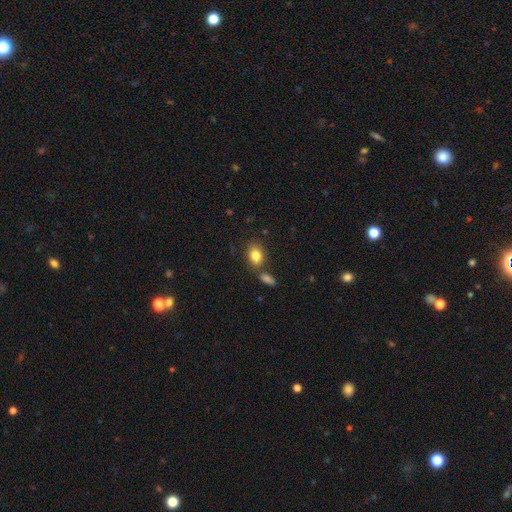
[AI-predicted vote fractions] smooth-or-featured: smooth: 84% | star or artifact: 9% | featured or disk: 8%
  how-rounded: in between: 72% | round: 26% | cigar-shaped: 2%
  merging: none: 68% | merger: 16% | minor disturbance: 12% | major disturbance: 4%